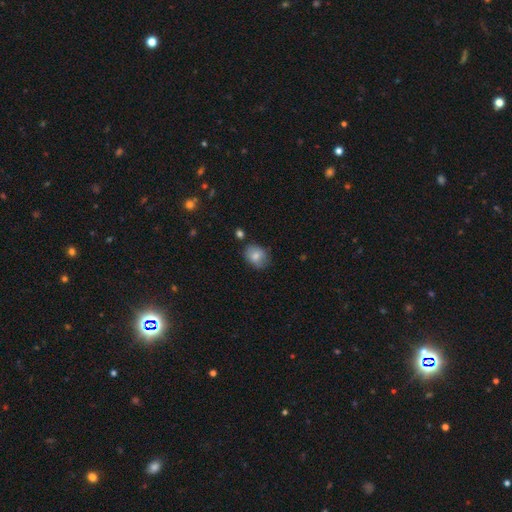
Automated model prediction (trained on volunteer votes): Smooth or featured? smooth (78%)
How rounded? in between (56%)
Merging? none (72%)